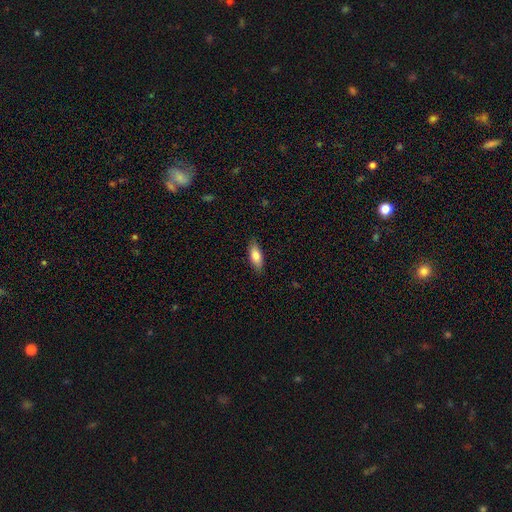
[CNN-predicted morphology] type=smooth (78%); roundness=in between (76%); merging=none (84%).